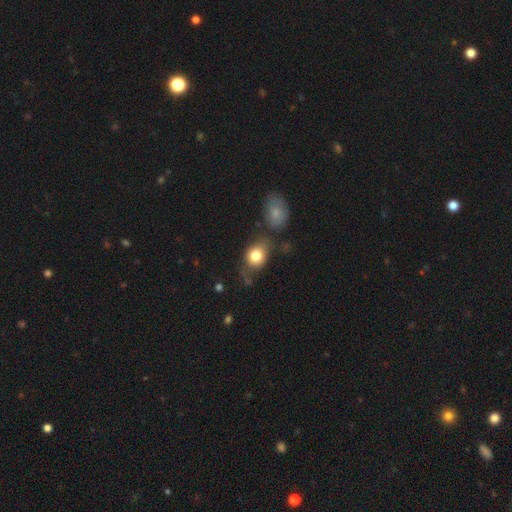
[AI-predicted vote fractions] This is clearly a smooth galaxy (81%). How rounded: possibly round (51%). Merging: possibly none (58%).